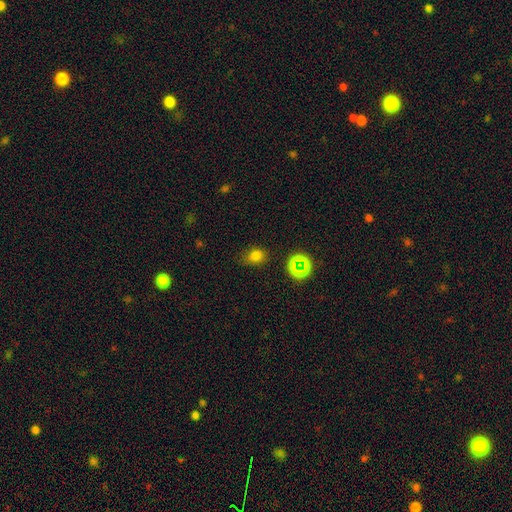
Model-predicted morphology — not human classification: Smooth or featured?
  - smooth: 73% *
  - star or artifact: 21%
  - featured or disk: 7%
How rounded?
  - in between: 53% *
  - round: 45%
  - cigar-shaped: 1%
Merging?
  - none: 72% *
  - minor disturbance: 20%
  - major disturbance: 6%
  - merger: 2%